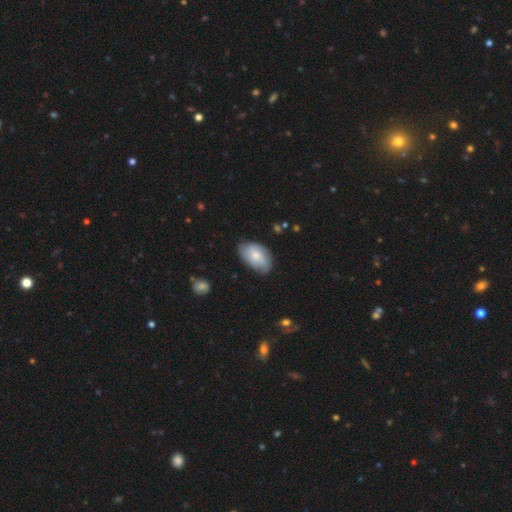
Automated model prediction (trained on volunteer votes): The model was most divided on "smooth or featured": smooth: 58%, featured or disk: 36%, star or artifact: 6%. More confident: how rounded — in between (92%); merging — none (70%).